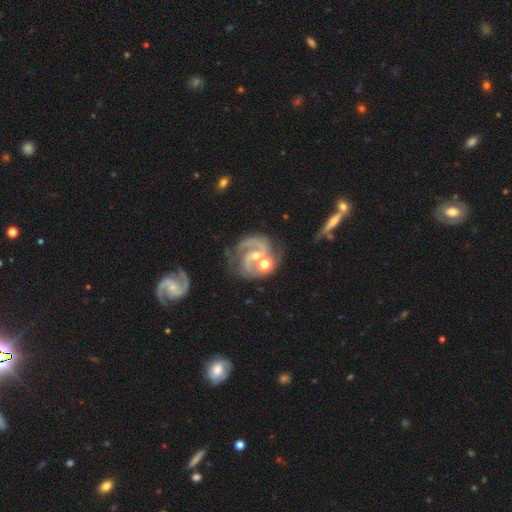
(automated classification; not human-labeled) Overall: featured or disk (88%). Edge-on disk: no (98%). Bar: no (45%; weak 39%). Spiral arms: yes (97%). Spiral arm count: 2 (79%). Spiral winding: medium (54%; tight 30%). Bulge size: small (51%; moderate 41%). Merging: none (47%; merger 22%).